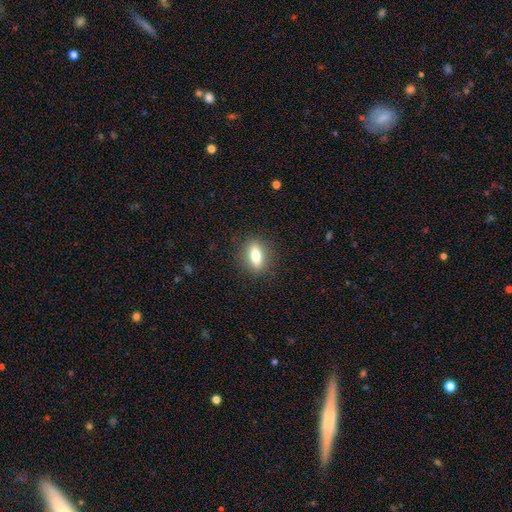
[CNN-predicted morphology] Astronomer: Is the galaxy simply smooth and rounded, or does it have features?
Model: smooth — 68%.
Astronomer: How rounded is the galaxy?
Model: in between — 69%.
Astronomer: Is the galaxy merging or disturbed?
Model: none — 87%.